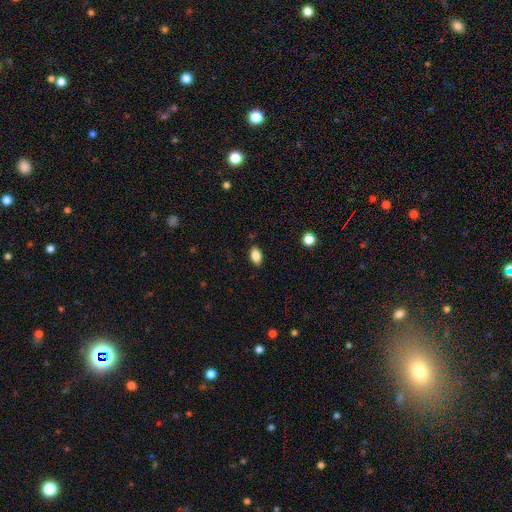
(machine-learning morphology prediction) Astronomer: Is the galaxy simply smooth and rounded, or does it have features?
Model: smooth — 85%.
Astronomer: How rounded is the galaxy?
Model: in between — 89%.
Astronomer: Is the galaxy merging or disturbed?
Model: none — 87%.